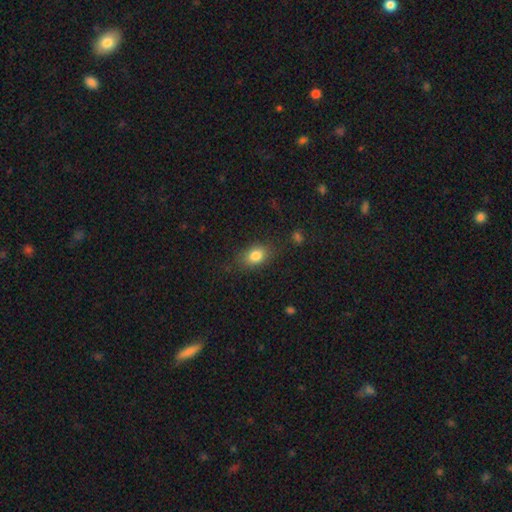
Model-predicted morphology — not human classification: A smooth galaxy with no disk features (83%) that is in between round and cigar-shaped (73%).

Vote fractions:
- Smooth or featured? smooth: 83% / star or artifact: 9% / featured or disk: 8%
- How rounded? in between: 73% / round: 25% / cigar-shaped: 2%
- Merging? none: 79% / minor disturbance: 15% / major disturbance: 5% / merger: 2%